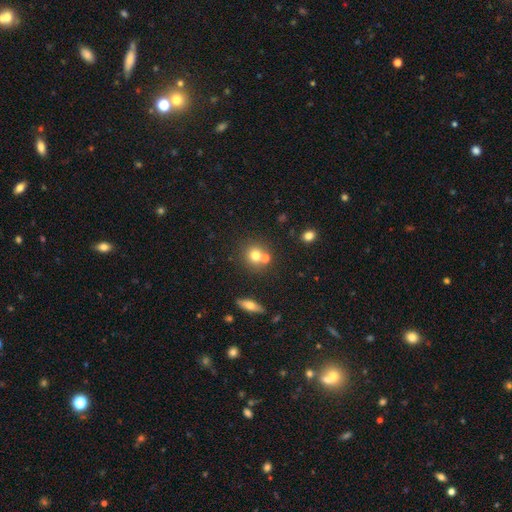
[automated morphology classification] smooth 72%, featured or disk 15%, star or artifact 14%. Down the decision tree: how rounded — round (86%); merging — none (58%).